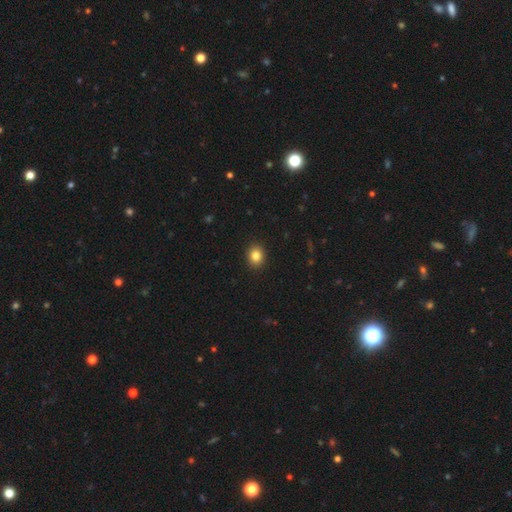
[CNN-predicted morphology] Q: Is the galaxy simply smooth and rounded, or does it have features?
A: smooth — 84%.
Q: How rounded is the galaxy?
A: round — 61%.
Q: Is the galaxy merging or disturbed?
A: none — 91%.